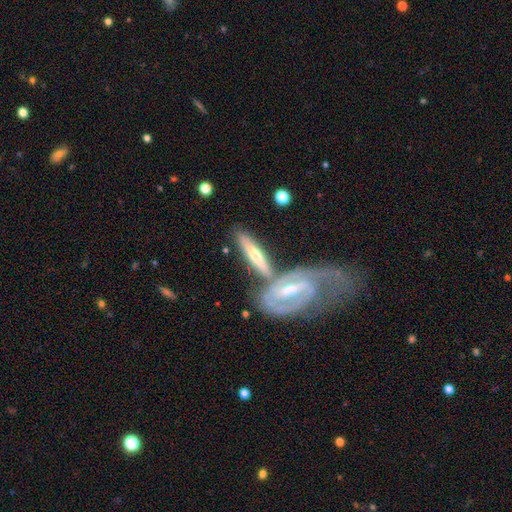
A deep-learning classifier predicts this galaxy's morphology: smooth-or-featured: featured or disk: 58% | smooth: 37% | star or artifact: 5%
  disk-edge-on: yes: 61% | no: 39%
  merging: none: 52% | merger: 31% | minor disturbance: 13% | major disturbance: 4%